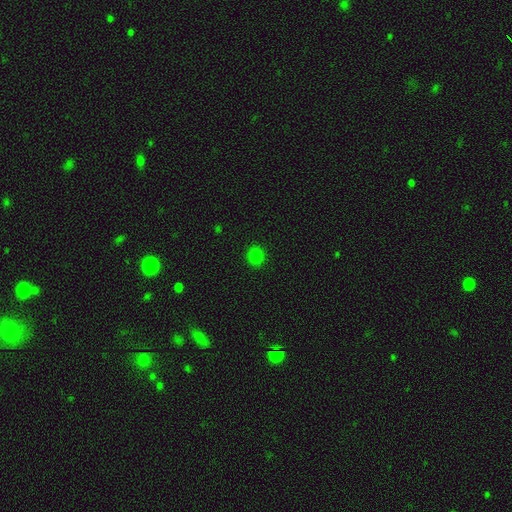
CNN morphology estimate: A smooth galaxy with no disk features (80%) that is round (88%).

Vote fractions:
- Smooth or featured? smooth: 80% / star or artifact: 15% / featured or disk: 4%
- How rounded? round: 88% / in between: 11% / cigar-shaped: 1%
- Merging? none: 92% / minor disturbance: 5% / major disturbance: 2% / merger: 1%